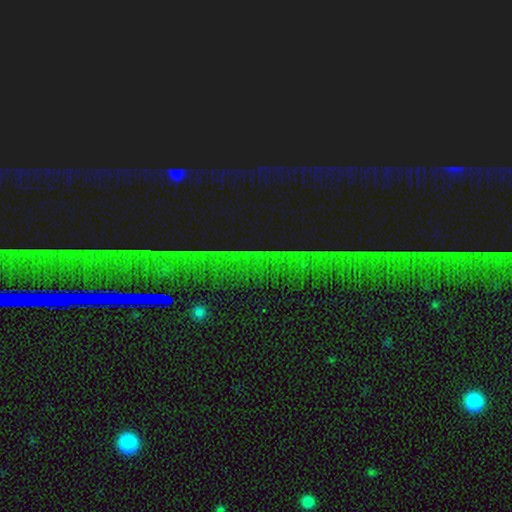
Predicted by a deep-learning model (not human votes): Overall: star or artifact (85%).